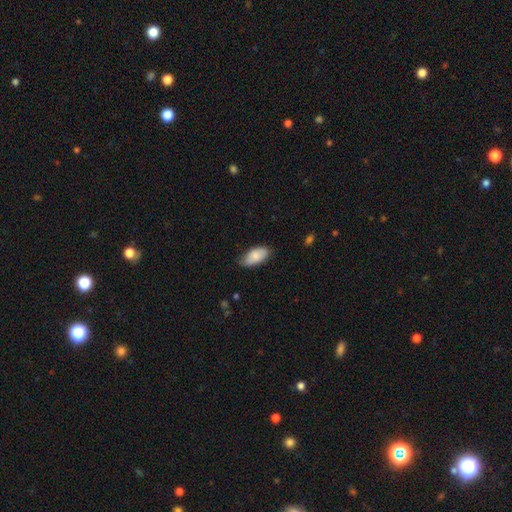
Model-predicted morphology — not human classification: smooth-or-featured: smooth: 84% | featured or disk: 10% | star or artifact: 6%
  how-rounded: in between: 93% | cigar-shaped: 4% | round: 2%
  merging: none: 69% | minor disturbance: 26% | major disturbance: 4% | merger: 1%